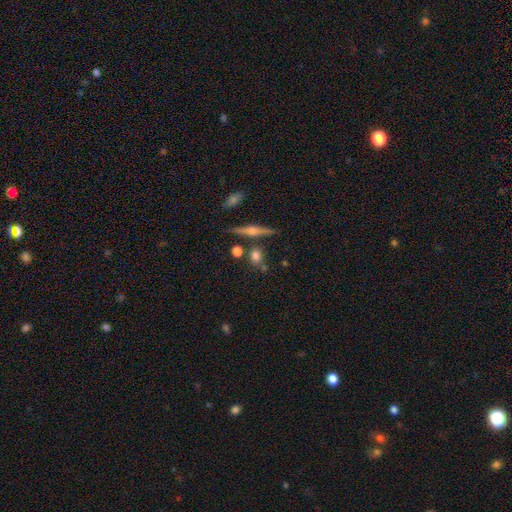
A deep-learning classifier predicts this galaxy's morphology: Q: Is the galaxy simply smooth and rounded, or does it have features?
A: smooth — 55%.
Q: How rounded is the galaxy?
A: round — 57%.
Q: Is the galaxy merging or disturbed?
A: none — 73%.